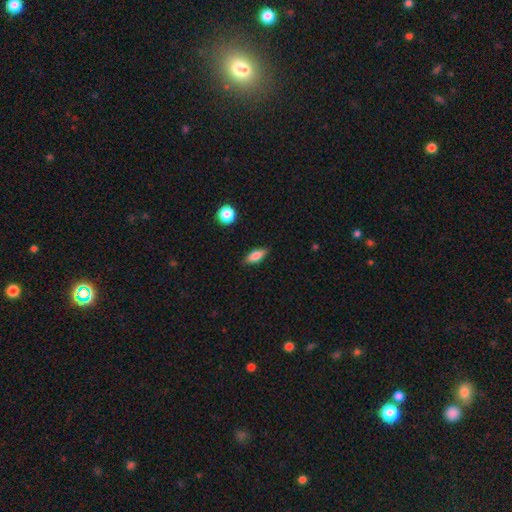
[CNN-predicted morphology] A smooth galaxy with no disk features (75%) that is in between round and cigar-shaped (72%). Merging: none (85%).